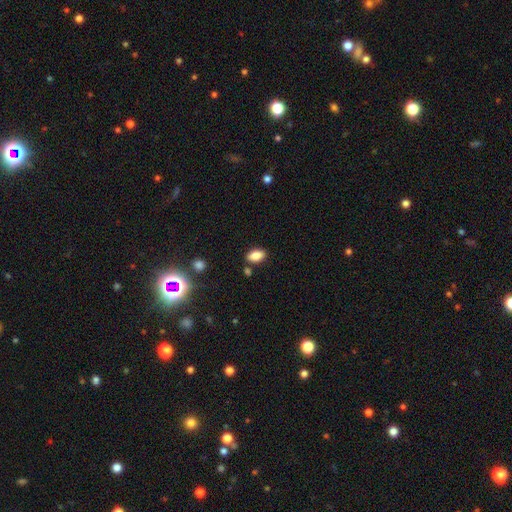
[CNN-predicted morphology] Smooth or featured?
  - smooth: 81% *
  - featured or disk: 10%
  - star or artifact: 9%
How rounded?
  - in between: 89% *
  - round: 7%
  - cigar-shaped: 4%
Merging?
  - none: 82% *
  - minor disturbance: 11%
  - merger: 5%
  - major disturbance: 2%